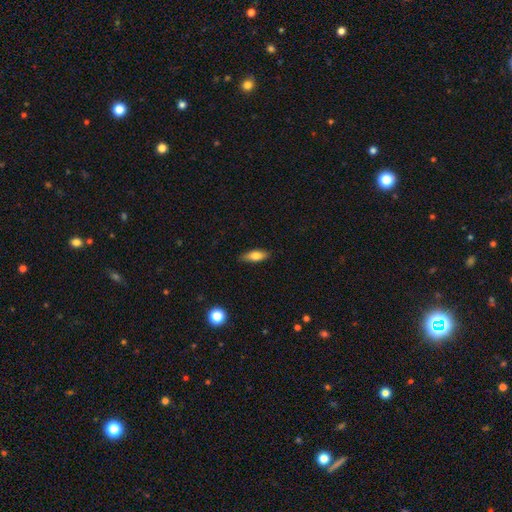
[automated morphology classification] Overall: smooth (73%). How rounded: in between (68%; cigar-shaped 29%). Merging: none (85%).